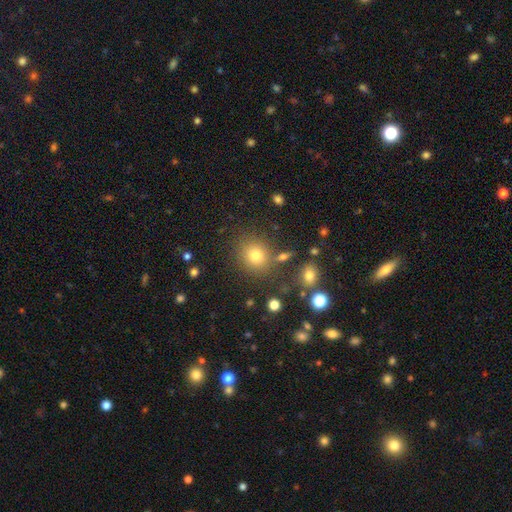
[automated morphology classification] Q: Smooth or featured?
A: smooth (76%); runner-up: star or artifact (16%)
Q: How rounded?
A: round (81%); runner-up: in between (18%)
Q: Merging?
A: none (79%); runner-up: minor disturbance (10%)